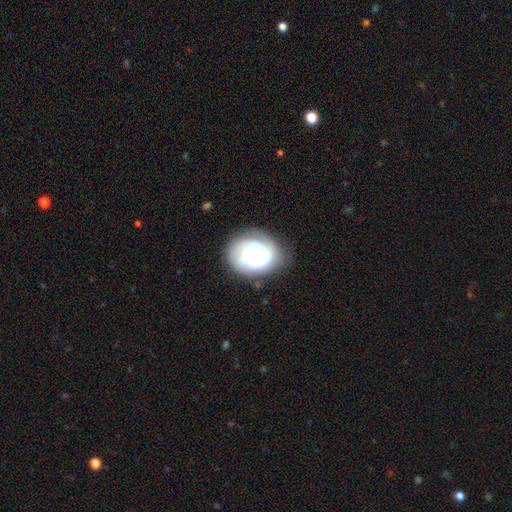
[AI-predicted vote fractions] Smooth or featured? Predicted: featured or disk (p=0.63). Edge-on disk? Predicted: no (p=0.97). Bar? Predicted: no (p=0.49). Spiral arms? Predicted: yes (p=0.84). Spiral winding? Predicted: tight (p=0.53). Spiral arm count? Predicted: can't tell (p=0.34). Bulge size? Predicted: moderate (p=0.46). Merging? Predicted: none (p=0.67).